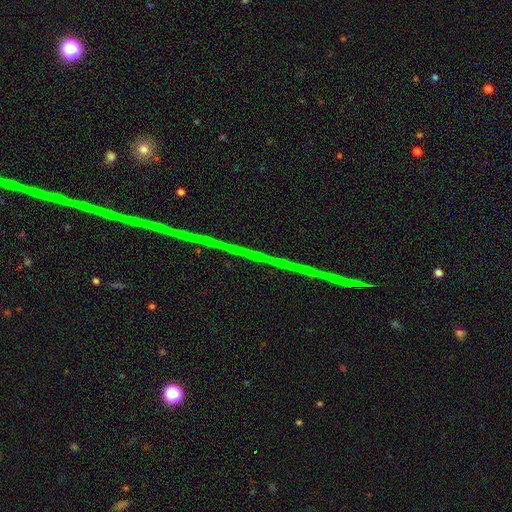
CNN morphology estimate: Smooth or featured? star or artifact (84%)